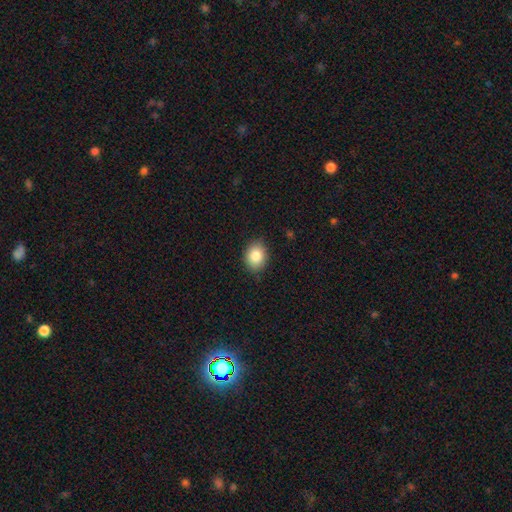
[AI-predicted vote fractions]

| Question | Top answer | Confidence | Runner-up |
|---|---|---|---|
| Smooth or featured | smooth | 85% | star or artifact (9%) |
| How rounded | in between | 57% | round (42%) |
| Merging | none | 87% | minor disturbance (10%) |